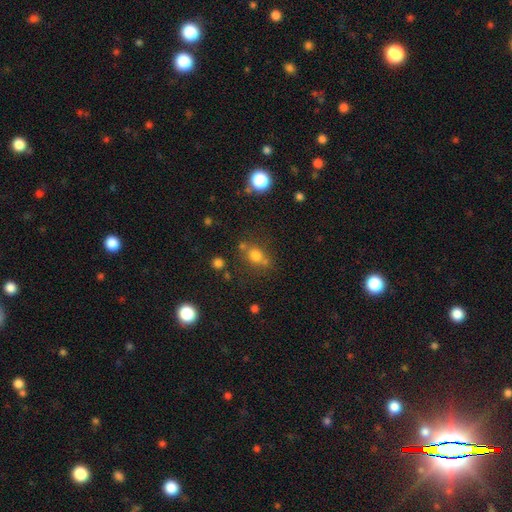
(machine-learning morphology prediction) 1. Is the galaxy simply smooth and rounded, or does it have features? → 72% smooth, 17% star or artifact, 11% featured or disk.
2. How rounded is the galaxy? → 62% round, 35% in between, 2% cigar-shaped.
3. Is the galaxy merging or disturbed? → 62% none, 17% merger, 15% minor disturbance, 6% major disturbance.